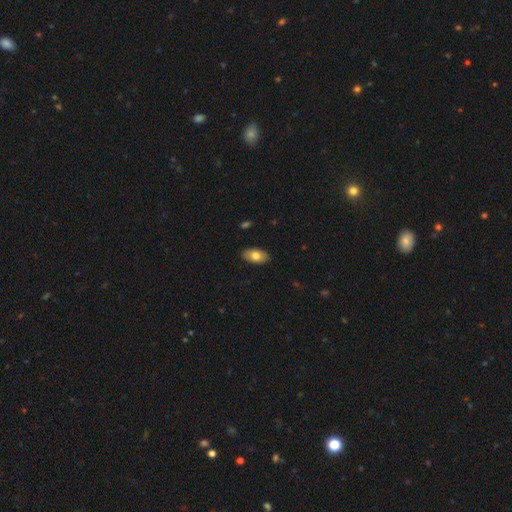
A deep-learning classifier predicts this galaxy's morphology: Q: Smooth or featured?
A: smooth (77%); runner-up: featured or disk (16%)
Q: How rounded?
A: in between (93%); runner-up: round (5%)
Q: Merging?
A: none (88%); runner-up: minor disturbance (9%)